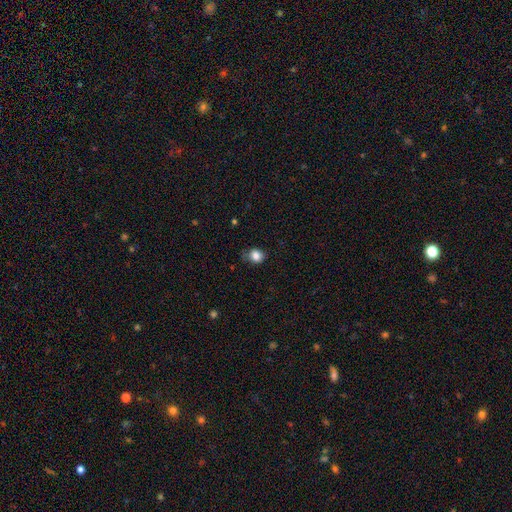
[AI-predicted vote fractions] smooth-or-featured: smooth: 84% | star or artifact: 10% | featured or disk: 6%
  how-rounded: round: 61% | in between: 38% | cigar-shaped: 1%
  merging: none: 67% | minor disturbance: 26% | major disturbance: 6% | merger: 1%